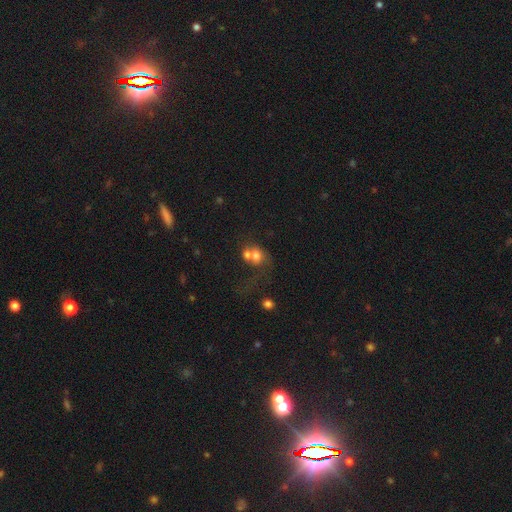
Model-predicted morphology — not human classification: A smooth galaxy with no disk features (64%) that is round (60%).

Vote fractions:
- Smooth or featured? smooth: 64% / featured or disk: 24% / star or artifact: 12%
- How rounded? round: 60% / in between: 39% / cigar-shaped: 1%
- Merging? merger: 64% / none: 18% / major disturbance: 11% / minor disturbance: 7%